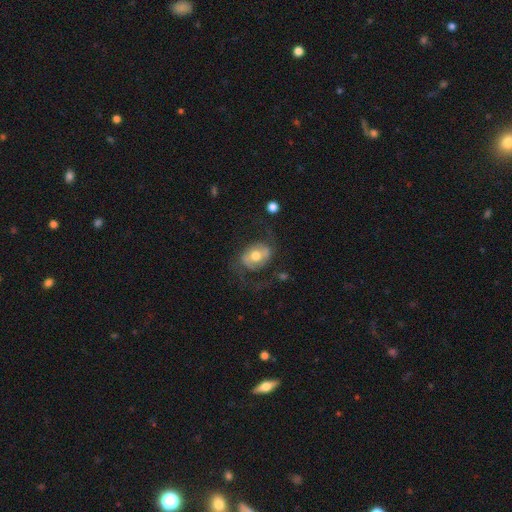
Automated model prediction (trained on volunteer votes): Smooth or featured: featured or disk — 60% (smooth — 33%)
Edge-on disk: no — 96% (yes — 4%)
Bar: no — 43% (weak — 37%)
Spiral arms: yes — 73% (no — 27%)
Bulge size: moderate — 73% (large — 14%)
Merging: none — 58% (major disturbance — 22%)